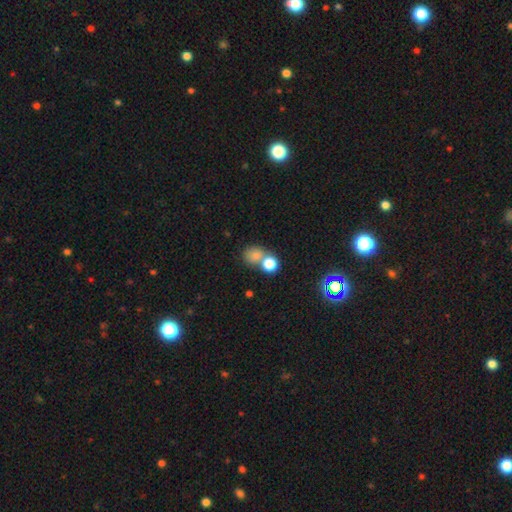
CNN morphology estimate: Smooth or featured? Predicted: smooth (p=0.78). How rounded? Predicted: round (p=0.67). Merging? Predicted: merger (p=0.44).